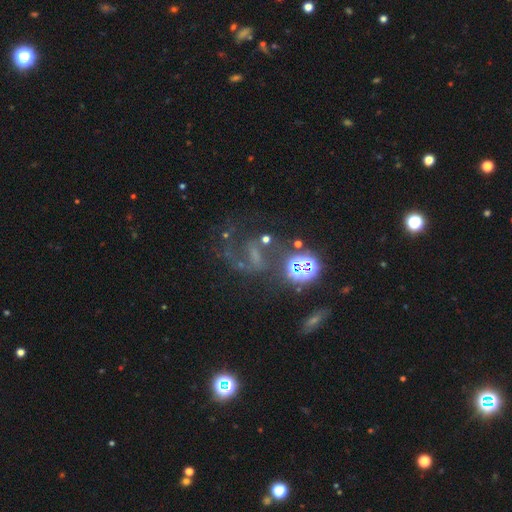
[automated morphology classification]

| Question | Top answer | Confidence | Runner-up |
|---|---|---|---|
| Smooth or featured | featured or disk | 47% | star or artifact (34%) |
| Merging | none | 45% | major disturbance (28%) |